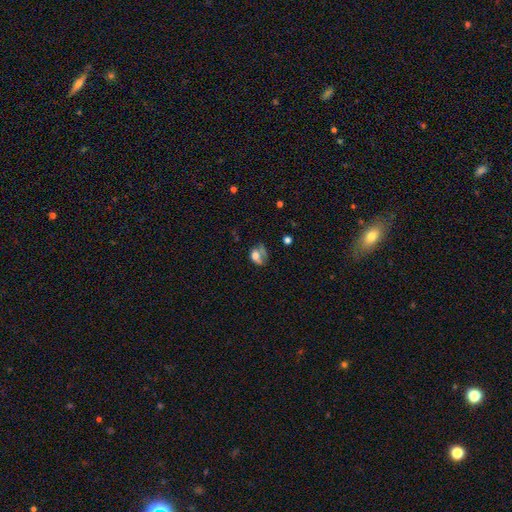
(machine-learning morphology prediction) type=smooth (58%); roundness=in between (70%); merging=major disturbance (36%).